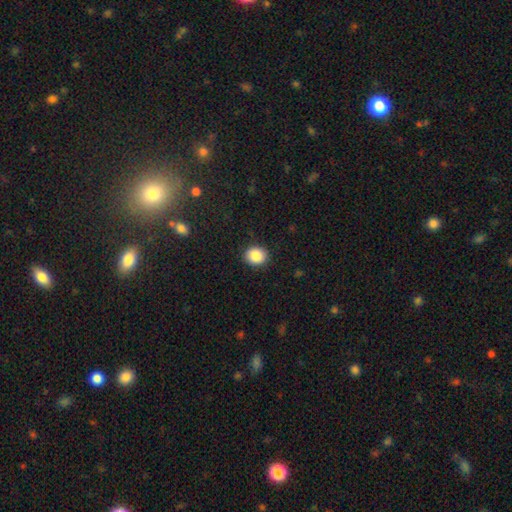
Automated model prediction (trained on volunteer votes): This is clearly a smooth galaxy (87%). How rounded: likely round (70%). Merging: clearly none (90%).